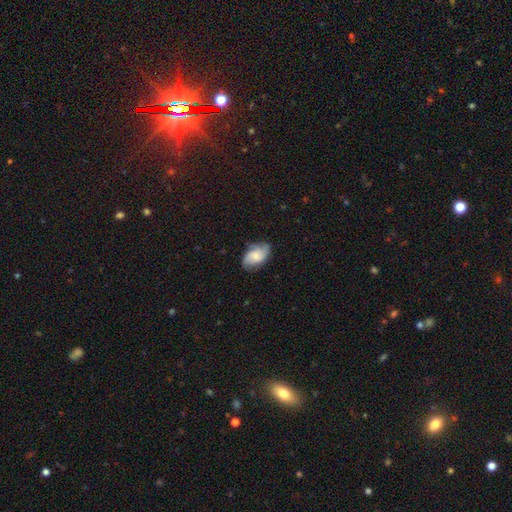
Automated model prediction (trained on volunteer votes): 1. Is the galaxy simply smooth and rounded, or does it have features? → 47% smooth, 45% featured or disk, 8% star or artifact.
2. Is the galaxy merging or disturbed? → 69% none, 23% minor disturbance, 6% major disturbance, 1% merger.